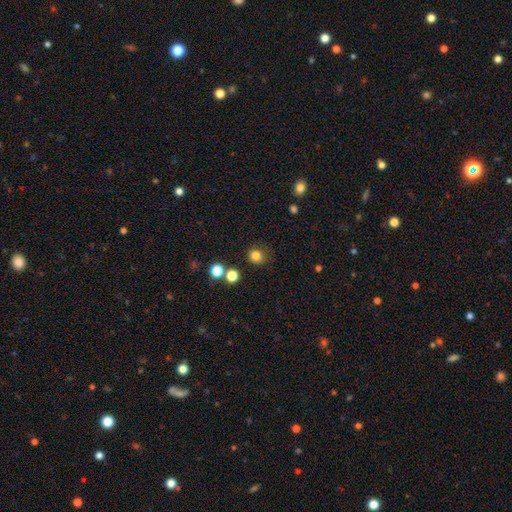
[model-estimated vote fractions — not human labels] The model was most divided on "smooth or featured": smooth: 81%, star or artifact: 14%, featured or disk: 5%. More confident: how rounded — round (88%); merging — none (82%).